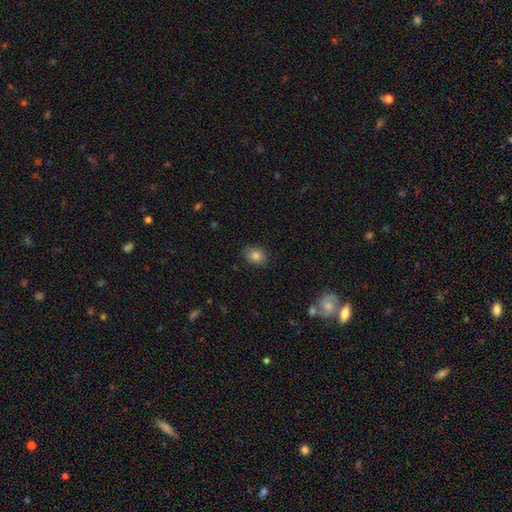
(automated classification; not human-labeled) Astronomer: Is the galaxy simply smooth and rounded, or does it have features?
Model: smooth — 84%.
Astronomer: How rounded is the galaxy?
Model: in between — 59% (runner-up: round, 40%).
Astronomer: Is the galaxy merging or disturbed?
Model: none — 85%.